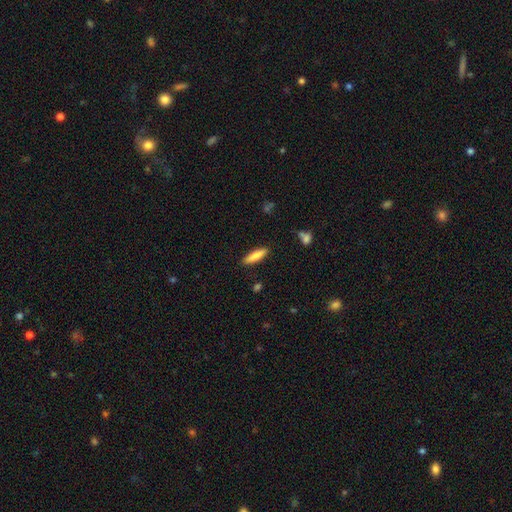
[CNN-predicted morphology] The model was most divided on "how rounded": cigar-shaped: 74%, in between: 24%, round: 2%. More confident: merging — none (88%); smooth or featured — smooth (80%).